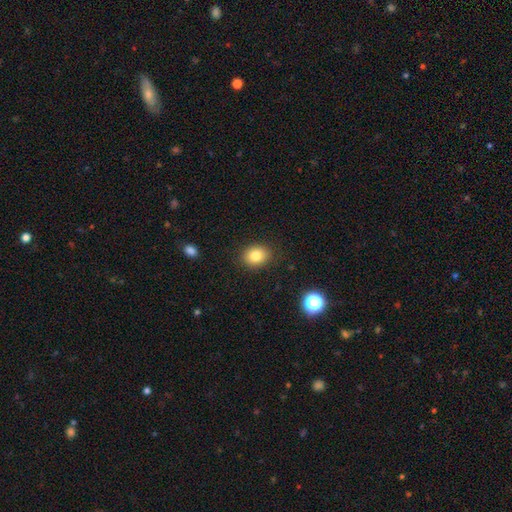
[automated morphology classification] This is clearly a smooth galaxy (82%). How rounded: possibly in between (51%). Merging: clearly none (87%).